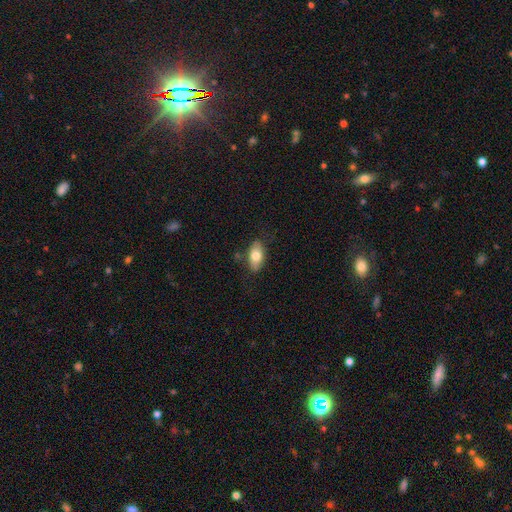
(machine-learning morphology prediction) Q: Smooth or featured?
A: smooth (75%); runner-up: featured or disk (18%)
Q: How rounded?
A: in between (91%); runner-up: round (5%)
Q: Merging?
A: none (79%); runner-up: minor disturbance (16%)